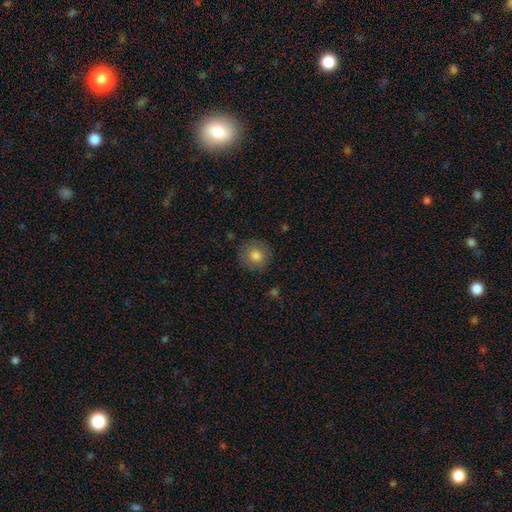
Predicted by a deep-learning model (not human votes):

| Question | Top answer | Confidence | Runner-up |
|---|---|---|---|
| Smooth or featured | smooth | 79% | featured or disk (12%) |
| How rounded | round | 91% | in between (8%) |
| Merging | none | 87% | minor disturbance (9%) |